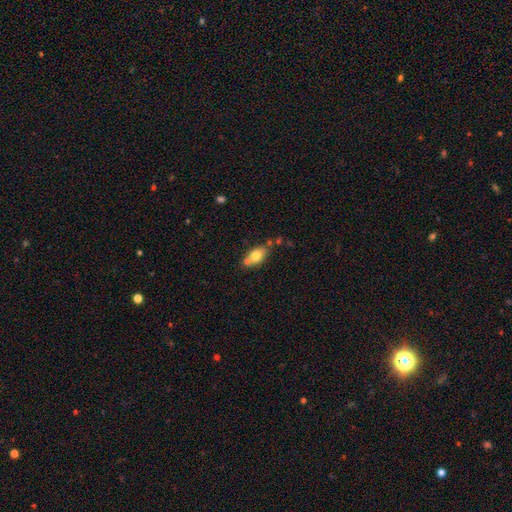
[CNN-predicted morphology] smooth_or_featured: smooth (p=0.75) [alt: featured or disk p=0.17]
how_rounded: in between (p=0.81) [alt: round p=0.15]
merging: none (p=0.55) [alt: merger p=0.25]